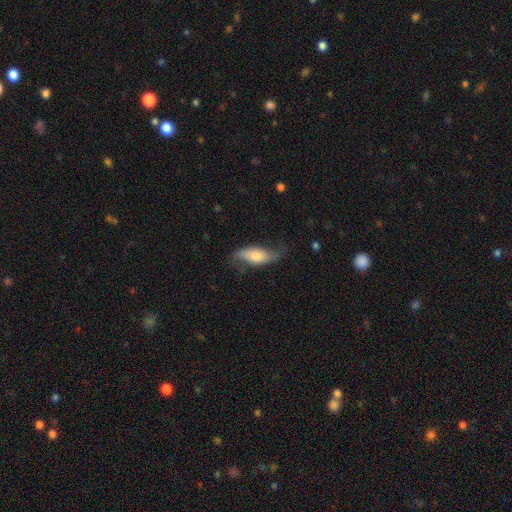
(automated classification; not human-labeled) This appears to be a featured or disk galaxy (55%). Merging: none (61%).